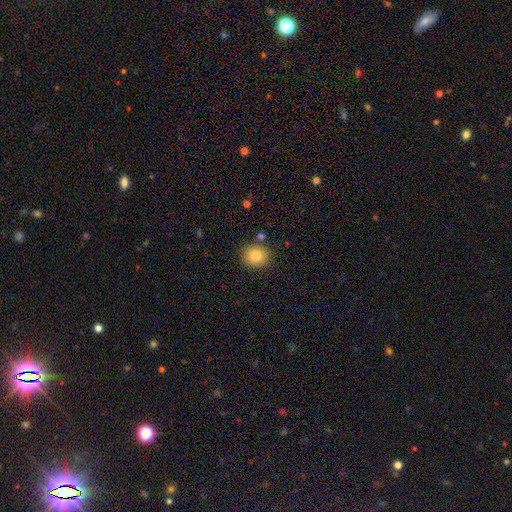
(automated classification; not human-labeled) Q: Smooth or featured?
A: smooth (84%); runner-up: star or artifact (9%)
Q: How rounded?
A: round (78%); runner-up: in between (21%)
Q: Merging?
A: none (83%); runner-up: minor disturbance (10%)